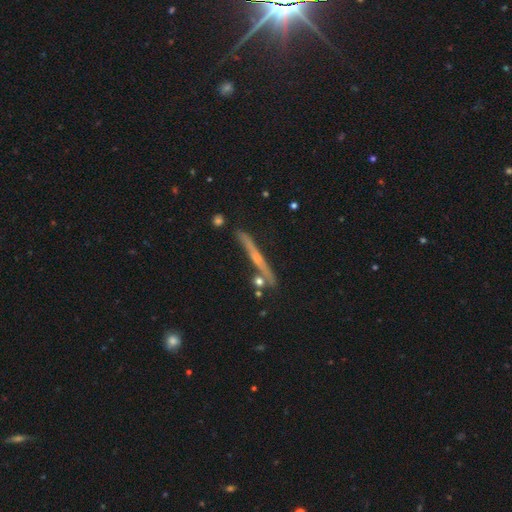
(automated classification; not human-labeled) Smooth or featured? Predicted: featured or disk (p=0.60). Edge-on disk? Predicted: yes (p=0.96). Edge-on bulge? Predicted: none (p=0.64). Merging? Predicted: none (p=0.82).